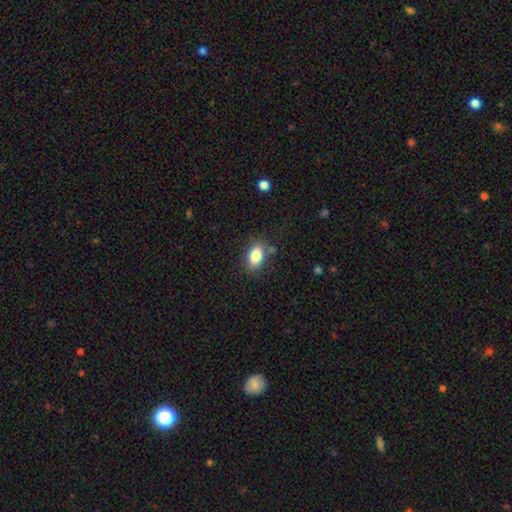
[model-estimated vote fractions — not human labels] This is clearly a smooth galaxy (83%). How rounded: clearly in between (87%). Merging: likely none (79%).